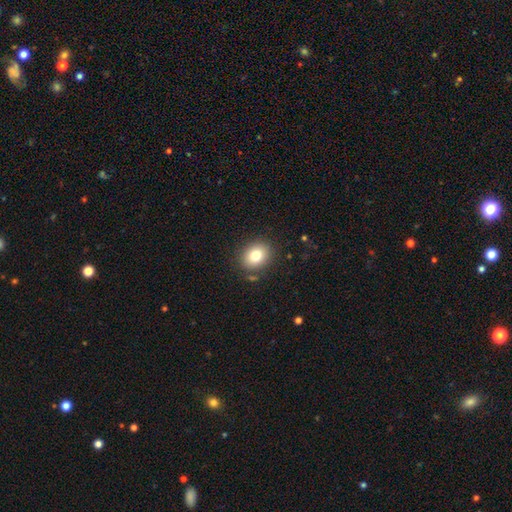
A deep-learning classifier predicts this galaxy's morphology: Overall: smooth (79%). How rounded: round (50%, tied with in between). Merging: none (85%).